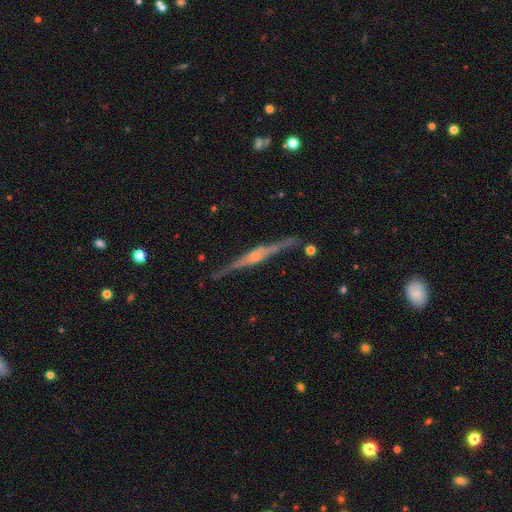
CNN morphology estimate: Smooth or featured: featured or disk — 83% (smooth — 11%)
Edge-on disk: yes — 98% (no — 2%)
Edge-on bulge: rounded — 58% (boxy — 30%)
Merging: none — 85% (minor disturbance — 10%)